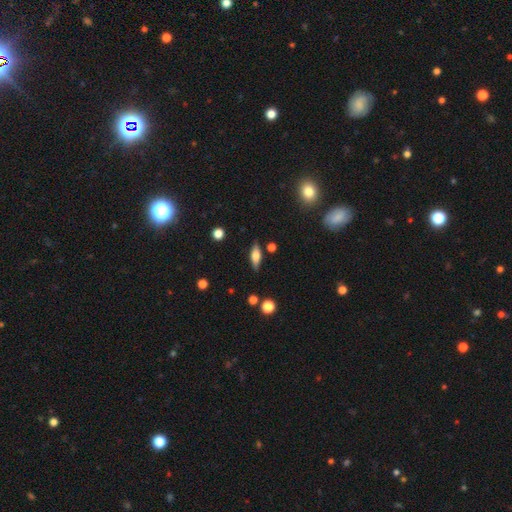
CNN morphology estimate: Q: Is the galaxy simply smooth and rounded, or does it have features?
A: smooth — 55%.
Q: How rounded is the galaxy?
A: in between — 64%.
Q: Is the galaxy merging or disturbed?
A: none — 83%.